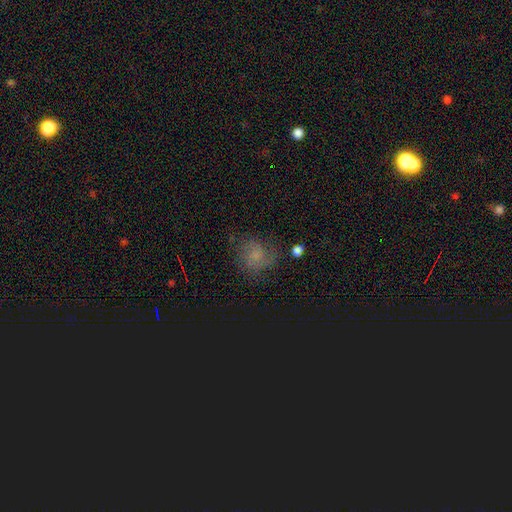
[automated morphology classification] A smooth galaxy with no disk features (49%).

Vote fractions:
- Smooth or featured? smooth: 49% / featured or disk: 34% / star or artifact: 16%
- Merging? none: 59% / minor disturbance: 23% / major disturbance: 15% / merger: 3%